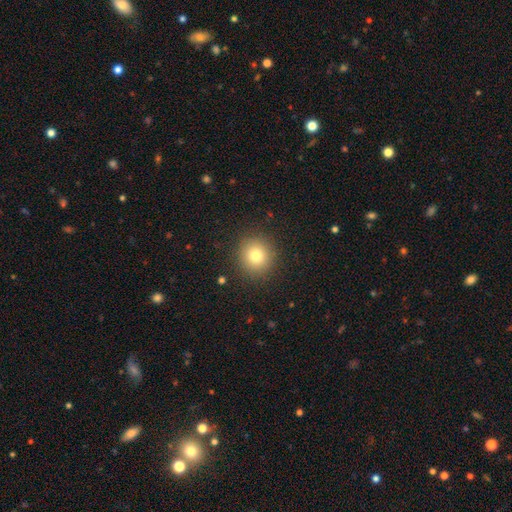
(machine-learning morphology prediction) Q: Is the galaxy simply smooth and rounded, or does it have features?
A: smooth — 78%.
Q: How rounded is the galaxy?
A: round — 91%.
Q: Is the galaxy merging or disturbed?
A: none — 90%.